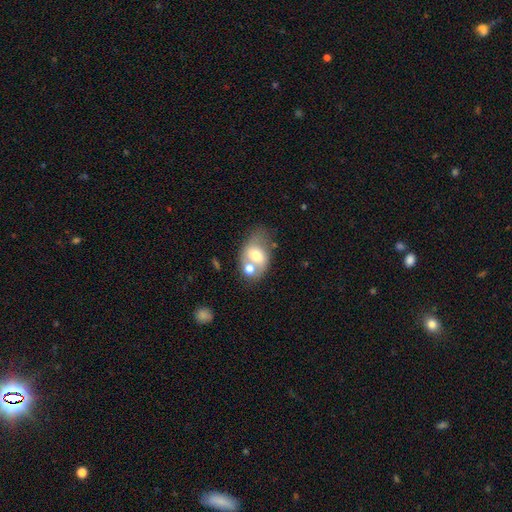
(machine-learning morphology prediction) smooth 54%, featured or disk 37%, star or artifact 8%. Down the decision tree: how rounded — in between (76%); merging — none (38%).